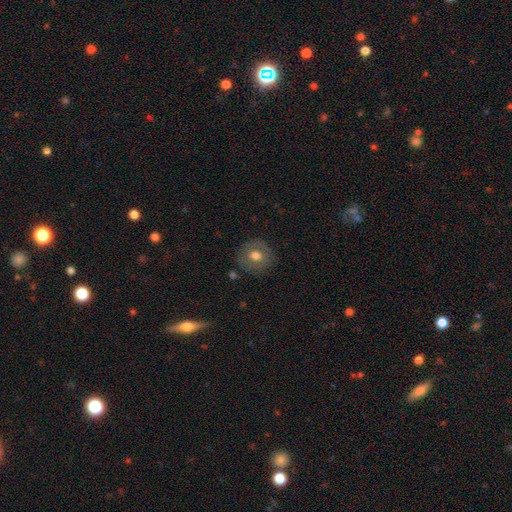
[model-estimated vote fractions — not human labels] Smooth or featured? smooth (61%)
How rounded? round (83%)
Merging? none (82%)